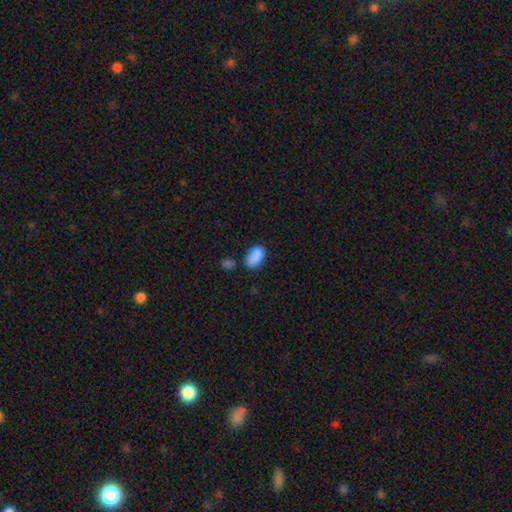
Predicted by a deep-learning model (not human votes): A smooth galaxy with no disk features (87%) that is in between round and cigar-shaped (93%). Merging: none (58%).